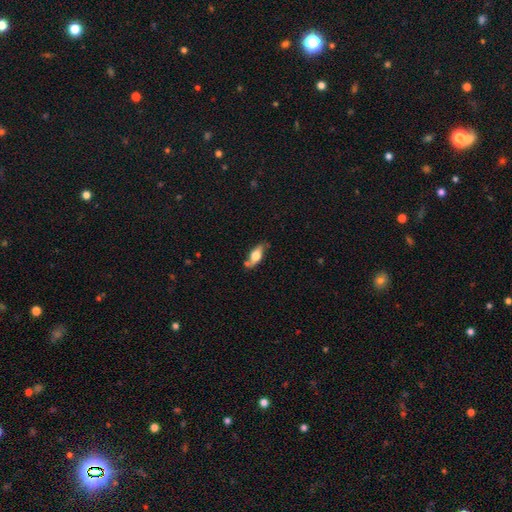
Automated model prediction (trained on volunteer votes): Smooth or featured? smooth (54%)
How rounded? in between (74%)
Merging? none (67%)